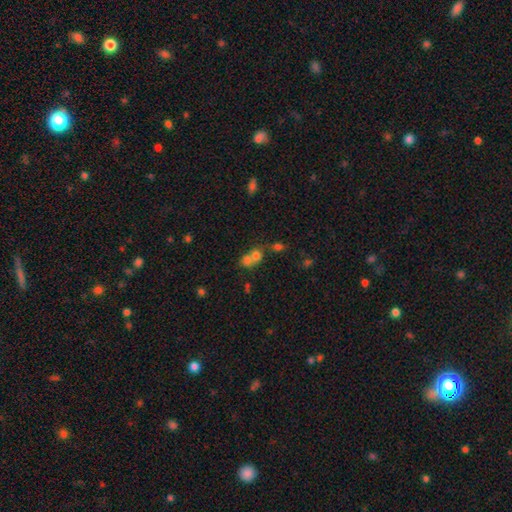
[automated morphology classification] This appears to be a smooth galaxy with no disk features (70%) that is round (69%). Merging: merger (63%).